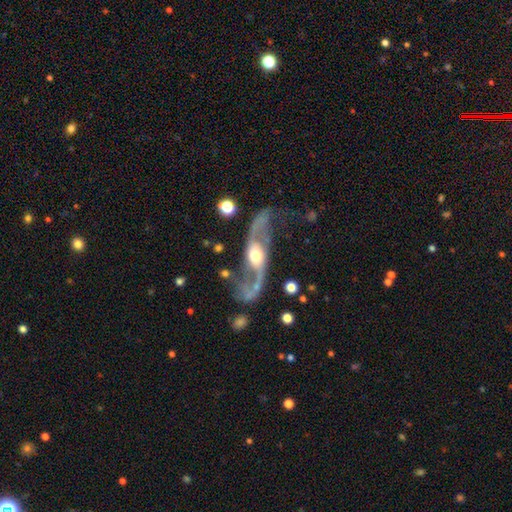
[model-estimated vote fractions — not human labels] smooth-or-featured: featured or disk: 88% | smooth: 7% | star or artifact: 5%
  disk-edge-on: no: 91% | yes: 9%
    bar: no: 49% | weak: 31% | strong: 21%
    has-spiral-arms: yes: 93% | no: 7%
      spiral-winding: loose: 80% | medium: 16% | tight: 4%
      spiral-arm-count: 2: 93% | 1: 2% | can't tell: 2% | 3: 1% | 4: 1% | more than 4: 1%
    bulge-size: moderate: 64% | large: 19% | small: 14% | dominant: 2% | none: 1%
  merging: none: 54% | major disturbance: 22% | minor disturbance: 17% | merger: 7%